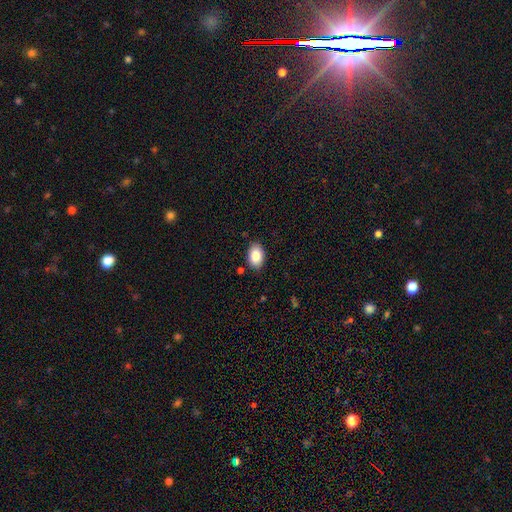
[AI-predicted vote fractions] smooth_or_featured: smooth (p=0.87) [alt: star or artifact p=0.07]
how_rounded: in between (p=0.88) [alt: round p=0.11]
merging: none (p=0.85) [alt: minor disturbance p=0.11]